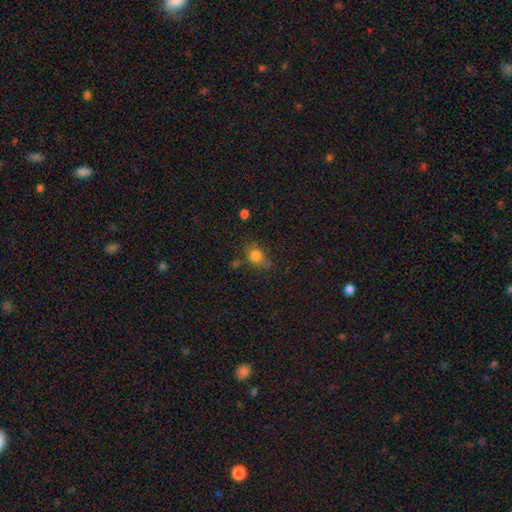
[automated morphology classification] smooth 78%, star or artifact 13%, featured or disk 10%. Down the decision tree: how rounded — round (59%); merging — none (55%).